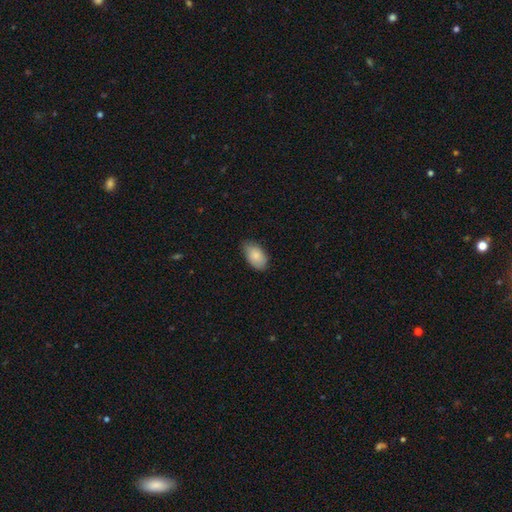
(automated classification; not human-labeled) The model was most divided on "merging": none: 73%, minor disturbance: 23%, major disturbance: 3%, merger: 1%. More confident: how rounded — in between (93%); smooth or featured — smooth (85%).